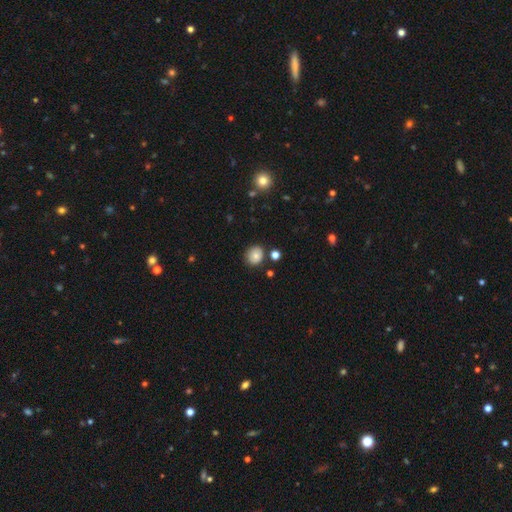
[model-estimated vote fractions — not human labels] smooth_or_featured: smooth (p=0.79) [alt: star or artifact p=0.10]
how_rounded: round (p=0.80) [alt: in between p=0.19]
merging: none (p=0.82) [alt: minor disturbance p=0.11]